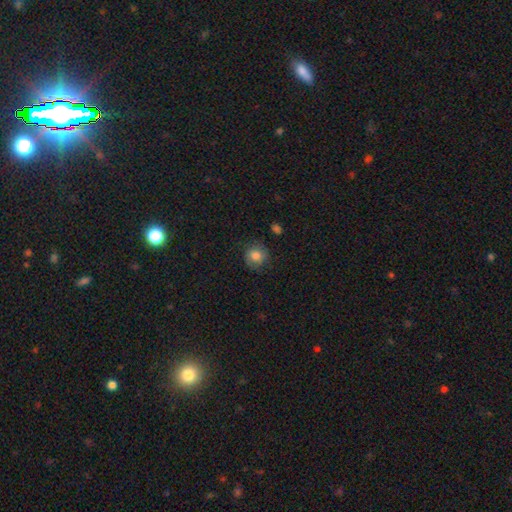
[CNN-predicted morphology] This is likely a smooth galaxy (77%). How rounded: clearly round (85%). Merging: likely none (77%).